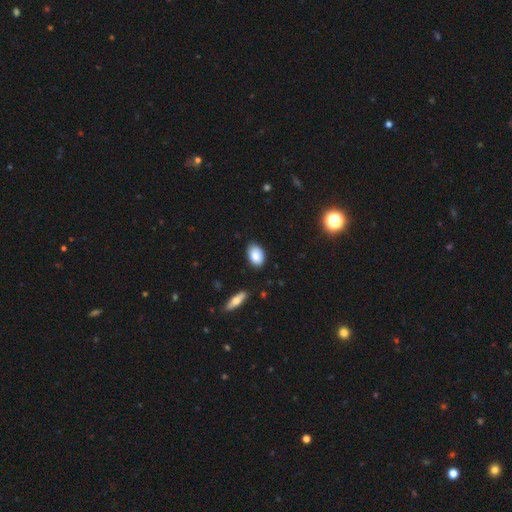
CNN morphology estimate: A smooth galaxy with no disk features (85%) that is in between round and cigar-shaped (90%).

Vote fractions:
- Smooth or featured? smooth: 85% / featured or disk: 8% / star or artifact: 7%
- How rounded? in between: 90% / round: 9% / cigar-shaped: 2%
- Merging? none: 85% / minor disturbance: 12% / major disturbance: 2% / merger: 2%